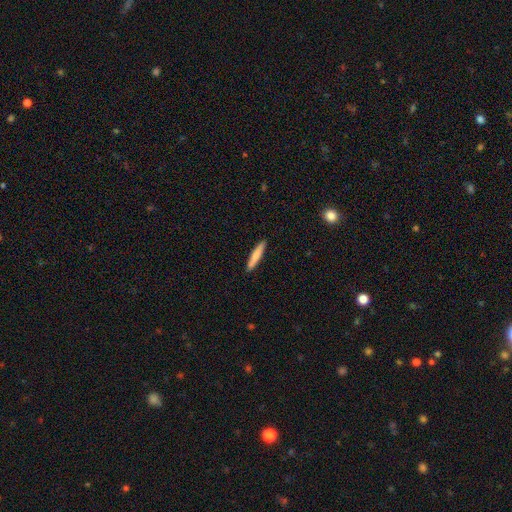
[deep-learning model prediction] Morphology: type=smooth (78%); roundness=cigar-shaped (92%); merging=none (91%).